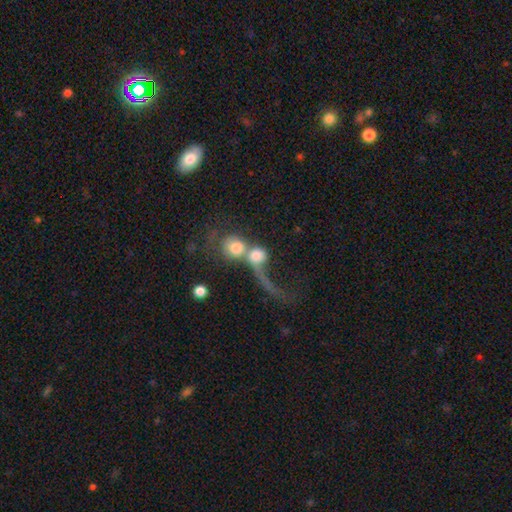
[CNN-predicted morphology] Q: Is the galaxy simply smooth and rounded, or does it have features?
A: smooth — 55%.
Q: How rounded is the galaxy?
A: round — 76%.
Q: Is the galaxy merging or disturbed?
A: merger — 70%.